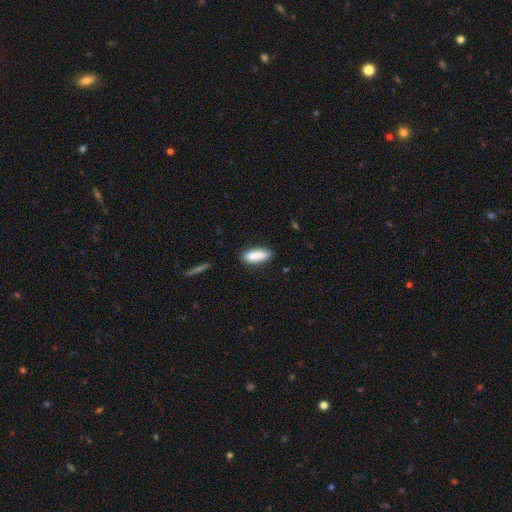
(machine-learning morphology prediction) A smooth galaxy with no disk features (87%) that is in between round and cigar-shaped (65%). Merging: none (81%).